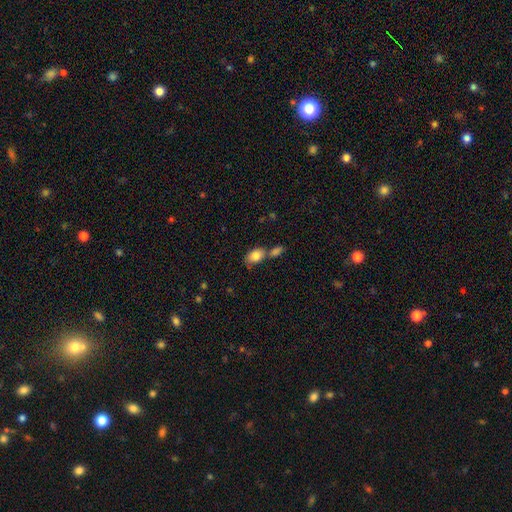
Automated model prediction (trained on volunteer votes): Smooth or featured? Predicted: smooth (p=0.82). How rounded? Predicted: in between (p=0.85). Merging? Predicted: none (p=0.44).